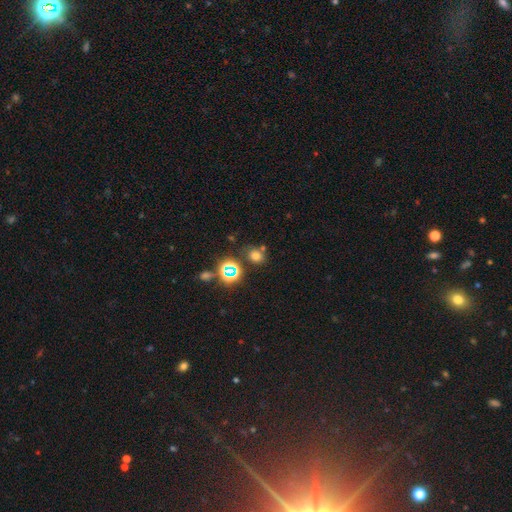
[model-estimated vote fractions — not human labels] This is likely a smooth galaxy (66%). How rounded: likely round (65%). Merging: likely none (70%).